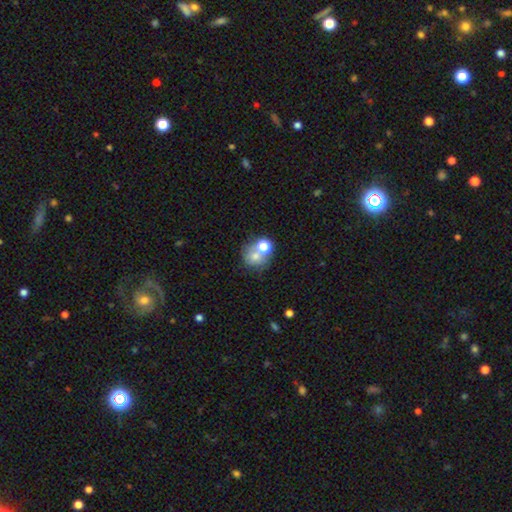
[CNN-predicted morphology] Smooth or featured? smooth (67%)
How rounded? round (78%)
Merging? merger (42%, tied with none)